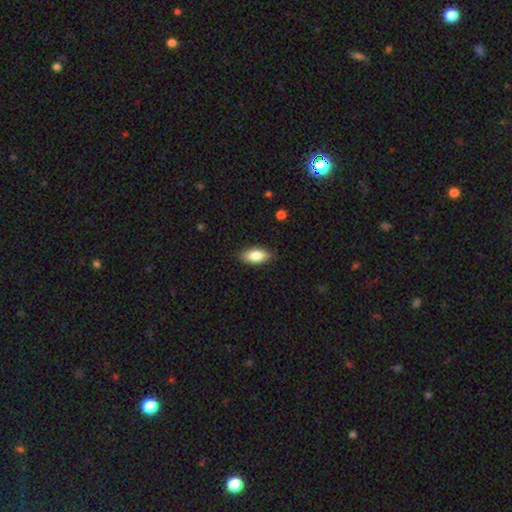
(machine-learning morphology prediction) Smooth or featured: smooth — 83% (featured or disk — 11%)
How rounded: in between — 90% (cigar-shaped — 7%)
Merging: none — 86% (minor disturbance — 11%)